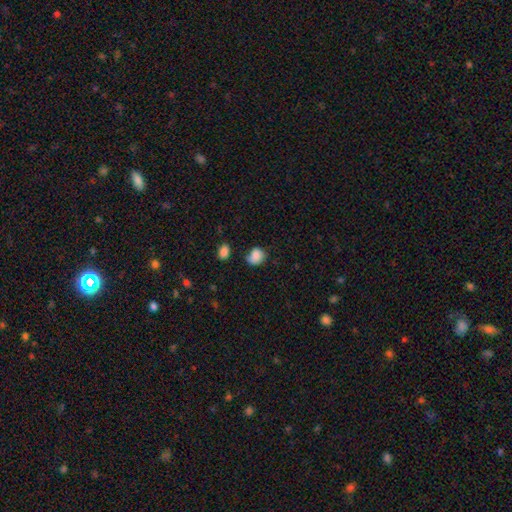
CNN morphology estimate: This appears to be a smooth galaxy with no disk features (83%) that is round (52%). Merging: none (50%).